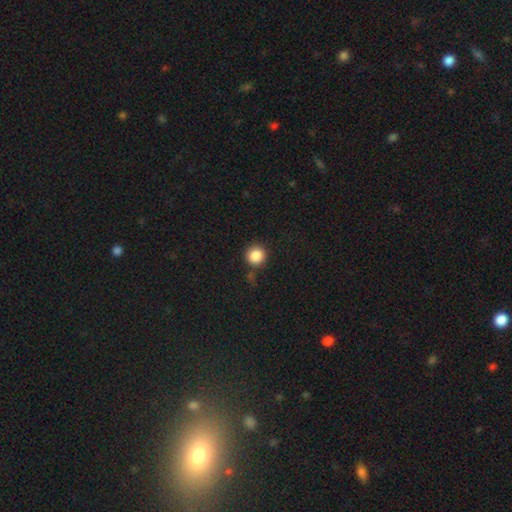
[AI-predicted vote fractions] Smooth or featured: smooth — 87% (star or artifact — 10%)
How rounded: round — 94% (in between — 5%)
Merging: none — 82% (minor disturbance — 10%)